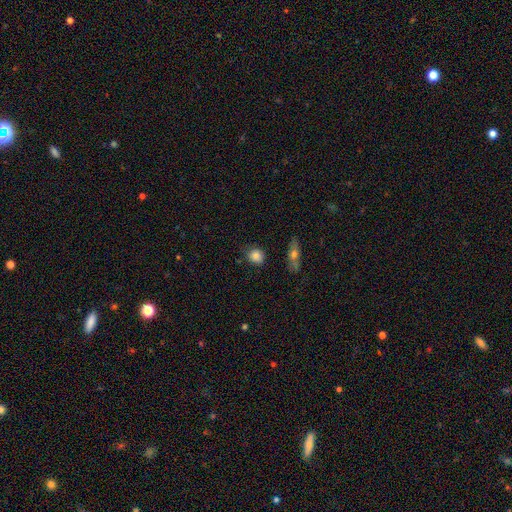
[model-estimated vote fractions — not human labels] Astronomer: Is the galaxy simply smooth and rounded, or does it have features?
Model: smooth — 81%.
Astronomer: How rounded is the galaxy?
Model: round — 72%.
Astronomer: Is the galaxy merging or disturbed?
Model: none — 76%.